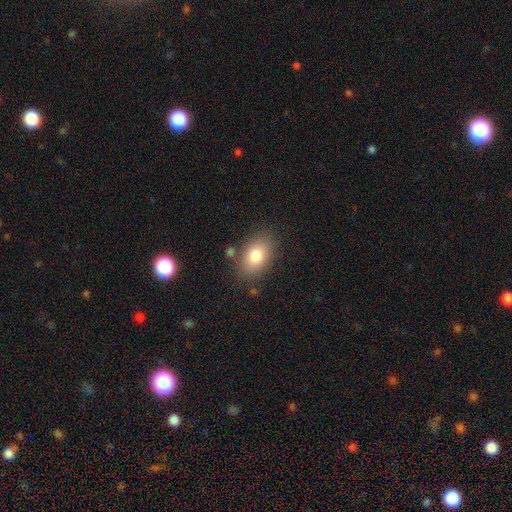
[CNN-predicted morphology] smooth-or-featured: smooth: 80% | featured or disk: 12% | star or artifact: 8%
  how-rounded: in between: 87% | round: 12% | cigar-shaped: 2%
  merging: none: 79% | minor disturbance: 13% | major disturbance: 4% | merger: 4%